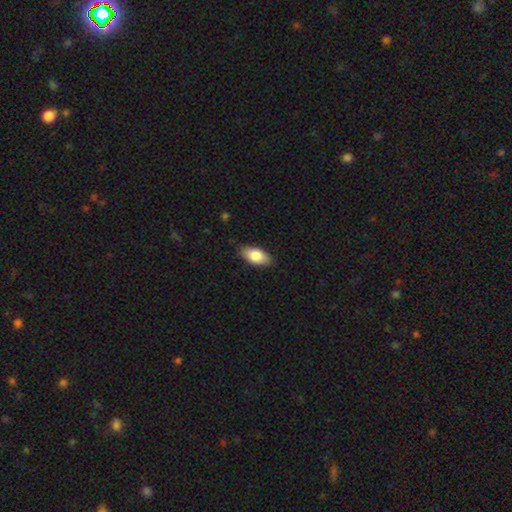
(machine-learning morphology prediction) Smooth or featured?
  - smooth: 80% *
  - featured or disk: 14%
  - star or artifact: 6%
How rounded?
  - in between: 90% *
  - cigar-shaped: 7%
  - round: 3%
Merging?
  - none: 86% *
  - minor disturbance: 11%
  - major disturbance: 2%
  - merger: 1%